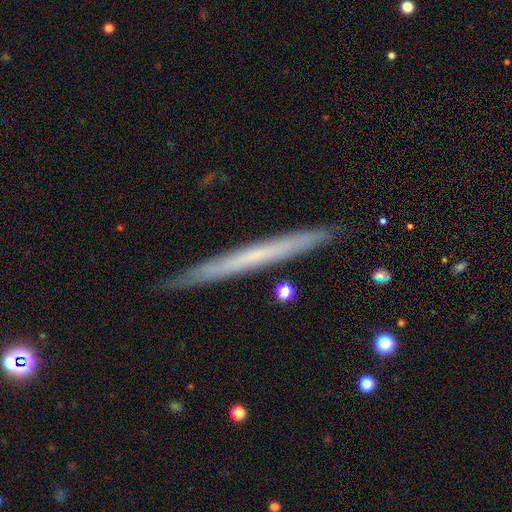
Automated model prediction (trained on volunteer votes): This appears to be a featured or disk galaxy (52%) viewed edge-on (95%). Merging: none (89%).